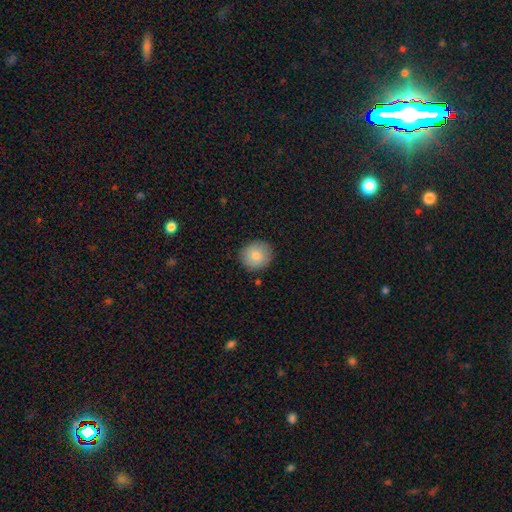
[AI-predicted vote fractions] This is clearly a smooth galaxy (82%). How rounded: clearly round (88%). Merging: clearly none (88%).